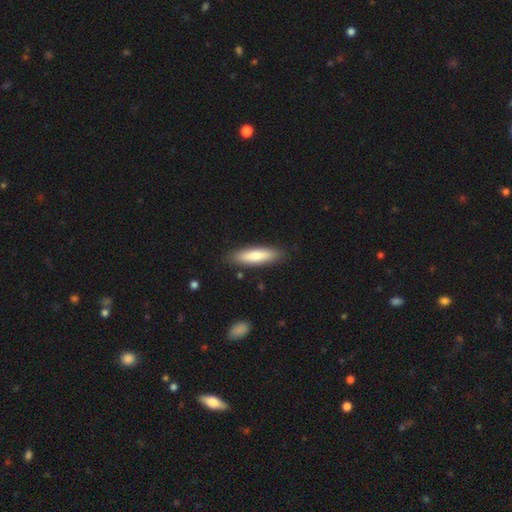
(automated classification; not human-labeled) This is likely a smooth galaxy (74%). How rounded: likely cigar-shaped (67%). Merging: clearly none (86%).